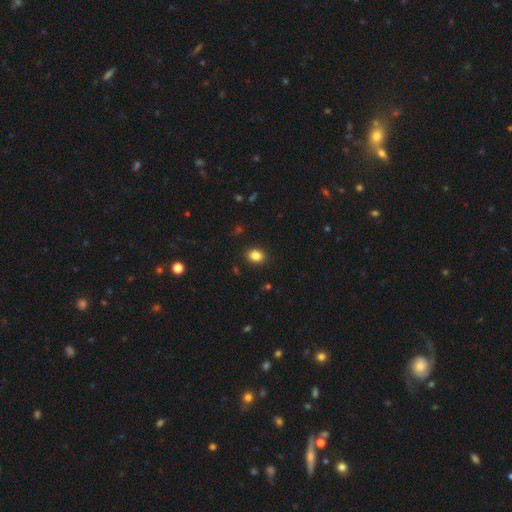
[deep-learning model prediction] Morphology: type=smooth (85%); roundness=in between (62%); merging=none (89%).